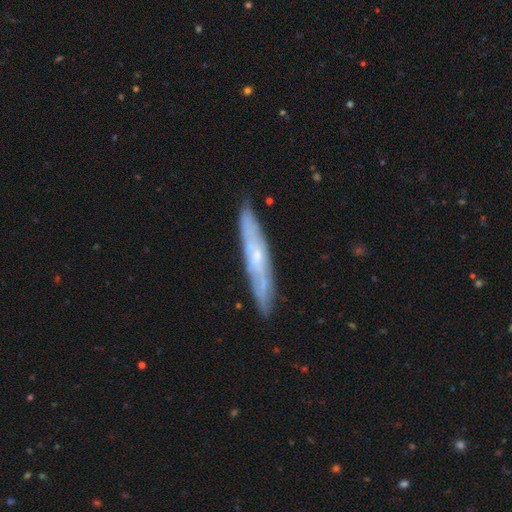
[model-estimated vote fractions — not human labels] smooth_or_featured: featured or disk (p=0.61) [alt: smooth p=0.33]
disk_edge_on: yes (p=0.69) [alt: no p=0.31]
merging: none (p=0.85) [alt: minor disturbance p=0.12]